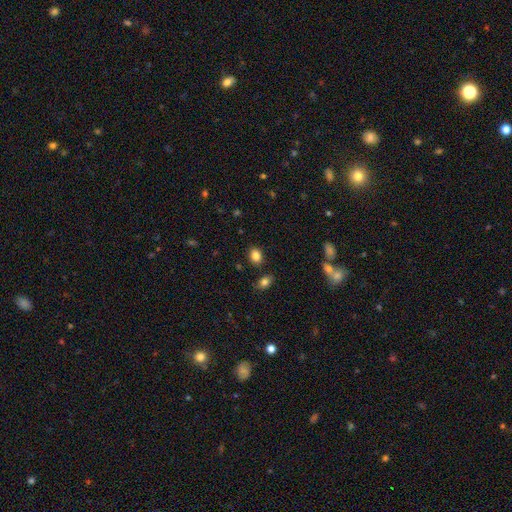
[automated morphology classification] A smooth galaxy with no disk features (85%) that is in between round and cigar-shaped (63%). Merging: none (82%).